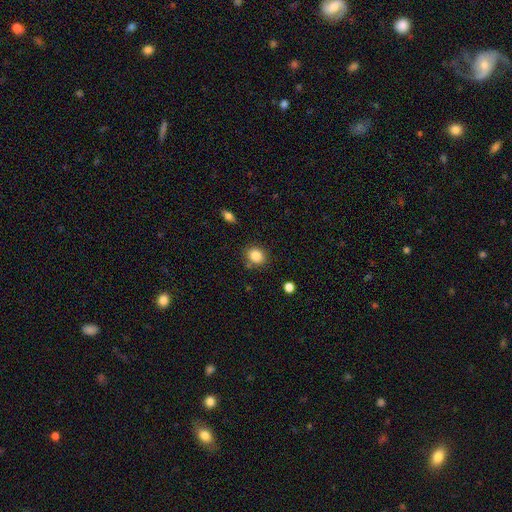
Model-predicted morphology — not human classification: A smooth galaxy with no disk features (85%) that is round (70%).

Vote fractions:
- Smooth or featured? smooth: 85% / star or artifact: 10% / featured or disk: 5%
- How rounded? round: 70% / in between: 29% / cigar-shaped: 1%
- Merging? none: 82% / minor disturbance: 12% / merger: 4% / major disturbance: 3%